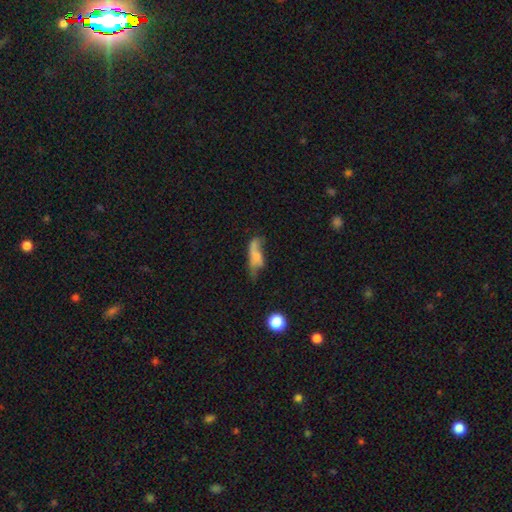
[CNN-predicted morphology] Overall: smooth (51%; featured or disk 39%). How rounded: in between (63%; cigar-shaped 32%). Merging: major disturbance (35%; none 28%).